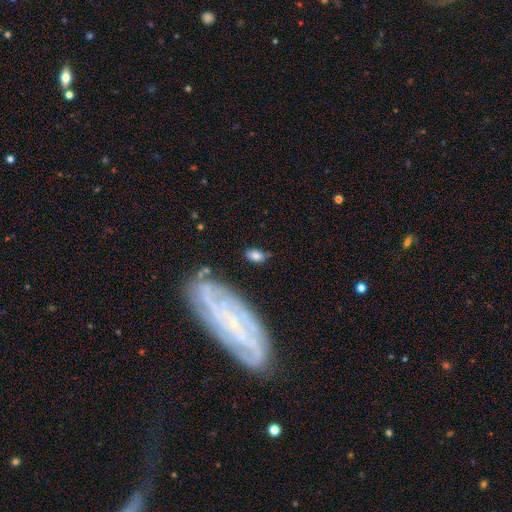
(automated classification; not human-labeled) Smooth or featured? Predicted: smooth (p=0.72). How rounded? Predicted: in between (p=0.88). Merging? Predicted: none (p=0.70).